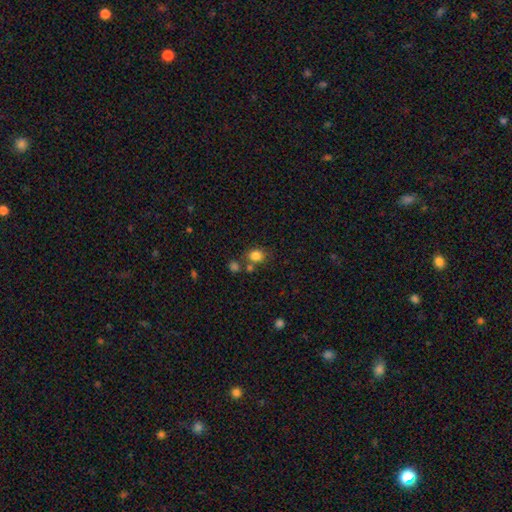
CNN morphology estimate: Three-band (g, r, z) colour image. It shows a smooth galaxy with no disk features (82%) that is round (62%). Merging: none (68%).